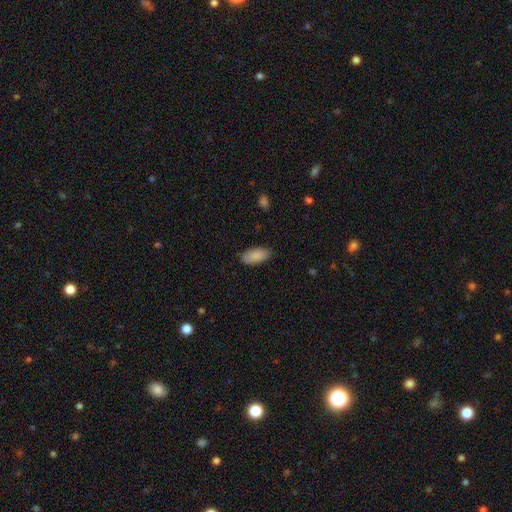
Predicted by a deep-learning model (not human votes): The model was most divided on "merging": none: 81%, minor disturbance: 15%, major disturbance: 3%, merger: 1%. More confident: how rounded — in between (92%); smooth or featured — smooth (88%).